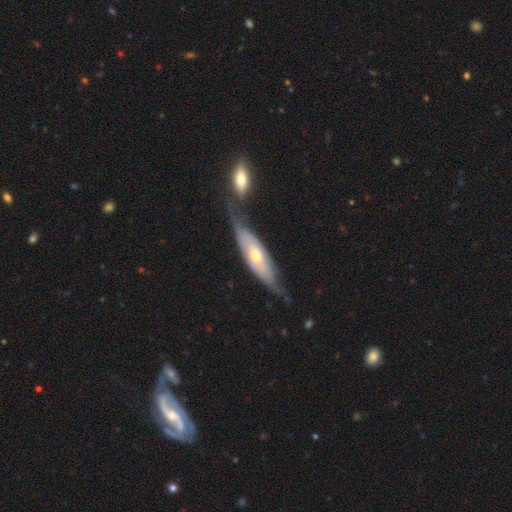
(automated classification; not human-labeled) This appears to be a featured or disk galaxy (63%). Merging: none (47%).